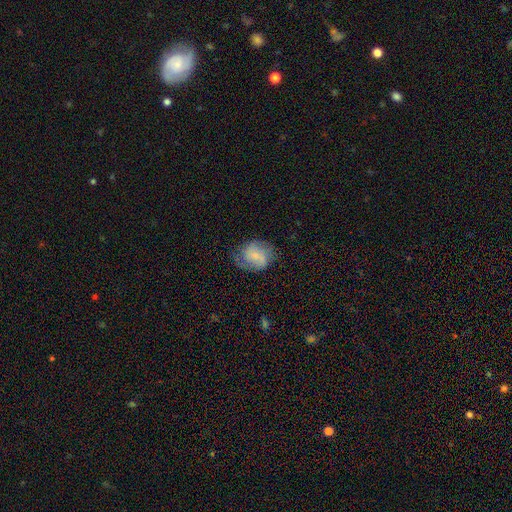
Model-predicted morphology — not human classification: featured or disk 48%, smooth 44%, star or artifact 8%. Down the decision tree: merging — none (60%).